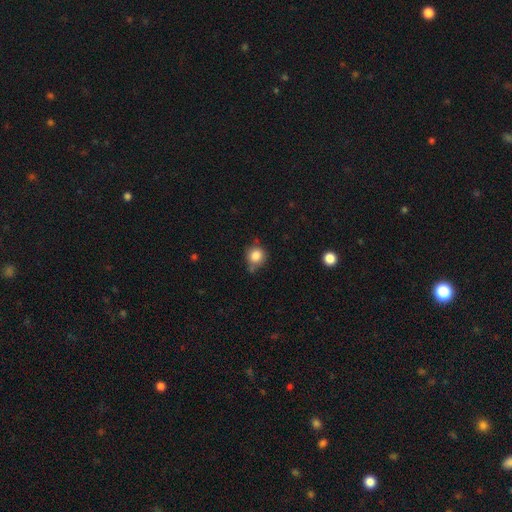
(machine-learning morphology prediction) smooth-or-featured: smooth: 84% | star or artifact: 10% | featured or disk: 6%
  how-rounded: round: 88% | in between: 11% | cigar-shaped: 1%
  merging: none: 68% | minor disturbance: 19% | merger: 9% | major disturbance: 4%